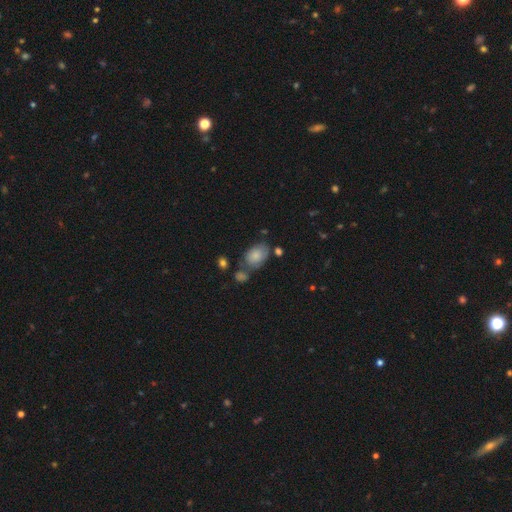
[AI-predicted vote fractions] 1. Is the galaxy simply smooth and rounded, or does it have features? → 79% smooth, 13% featured or disk, 8% star or artifact.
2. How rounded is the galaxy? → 86% in between, 13% round, 1% cigar-shaped.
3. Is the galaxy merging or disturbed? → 54% none, 22% minor disturbance, 16% merger, 8% major disturbance.